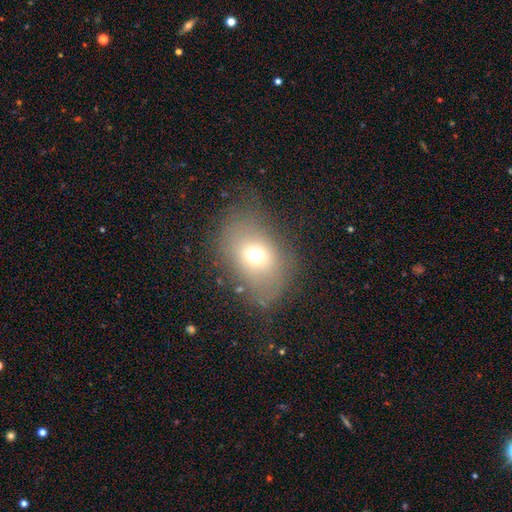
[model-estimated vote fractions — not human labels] A smooth galaxy with no disk features (64%) that is in between round and cigar-shaped (64%).

Vote fractions:
- Smooth or featured? smooth: 64% / featured or disk: 19% / star or artifact: 17%
- How rounded? in between: 64% / round: 35% / cigar-shaped: 1%
- Merging? none: 69% / minor disturbance: 16% / major disturbance: 12% / merger: 2%